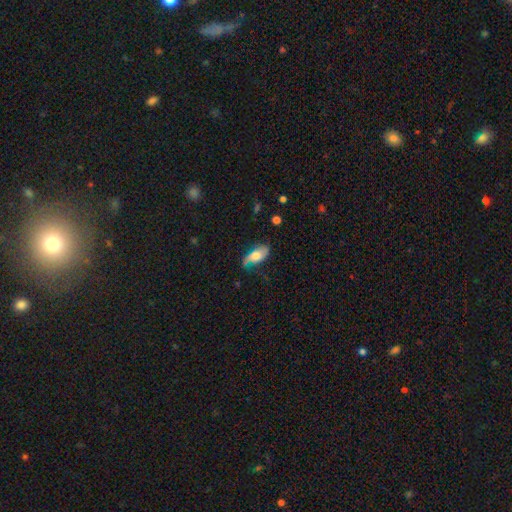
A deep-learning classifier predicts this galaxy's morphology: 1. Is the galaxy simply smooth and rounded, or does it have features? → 48% smooth, 46% featured or disk, 7% star or artifact.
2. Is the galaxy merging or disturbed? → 50% none, 32% minor disturbance, 15% major disturbance, 3% merger.